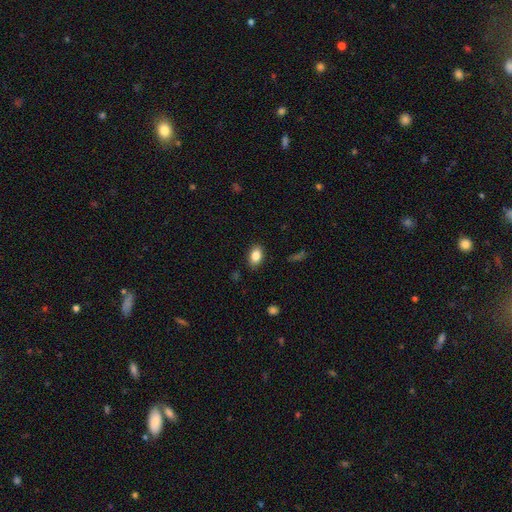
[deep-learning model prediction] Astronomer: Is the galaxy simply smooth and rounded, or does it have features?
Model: smooth — 85%.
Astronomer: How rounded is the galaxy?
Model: in between — 85%.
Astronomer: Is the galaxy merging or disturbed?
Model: none — 87%.